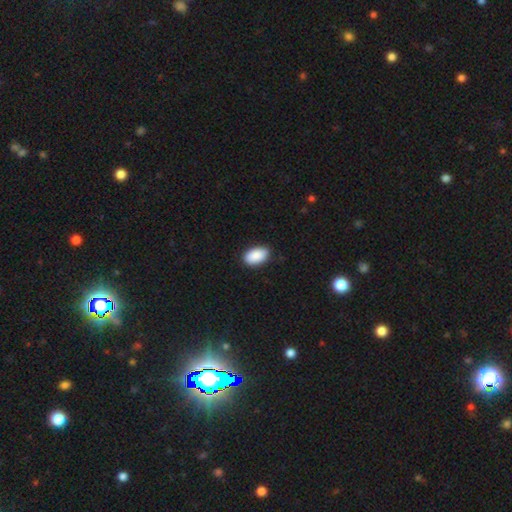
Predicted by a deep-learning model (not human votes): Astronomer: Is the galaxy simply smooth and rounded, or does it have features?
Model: smooth — 90%.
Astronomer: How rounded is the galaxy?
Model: in between — 94%.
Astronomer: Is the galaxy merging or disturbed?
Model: none — 87%.